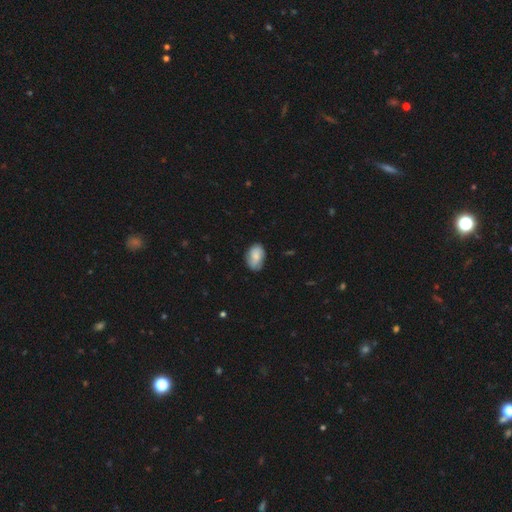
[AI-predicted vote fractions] Overall: smooth (78%). How rounded: in between (88%). Merging: none (75%).